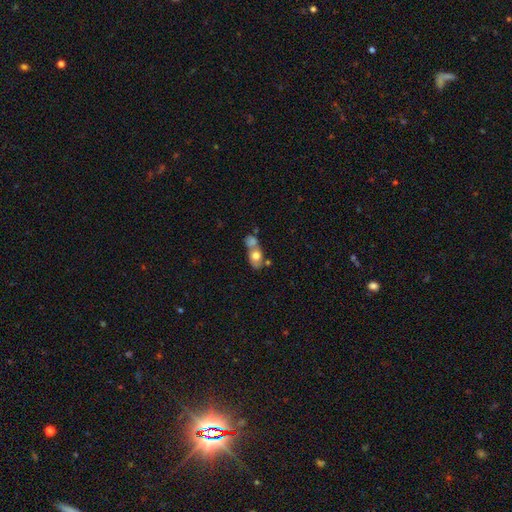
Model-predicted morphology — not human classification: Q: Smooth or featured?
A: smooth (66%); runner-up: featured or disk (26%)
Q: How rounded?
A: in between (68%); runner-up: round (28%)
Q: Merging?
A: merger (56%); runner-up: none (27%)